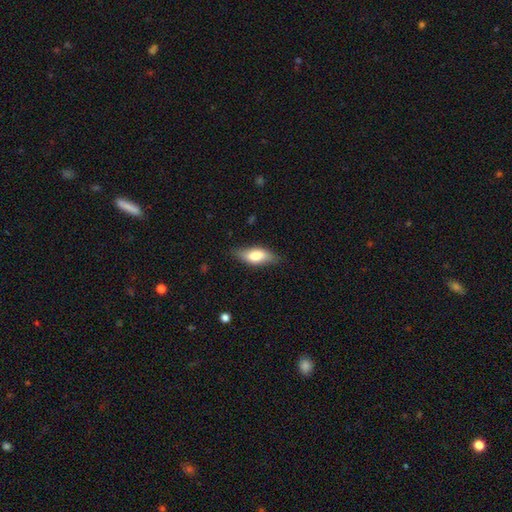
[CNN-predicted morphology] Smooth or featured? smooth (70%)
How rounded? in between (74%)
Merging? none (76%)